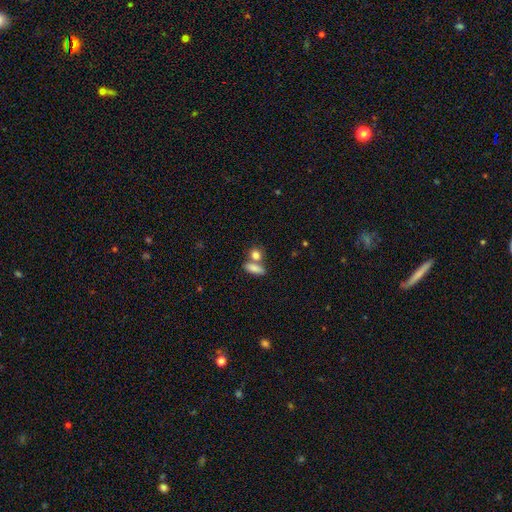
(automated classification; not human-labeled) Q: Smooth or featured?
A: smooth (84%); runner-up: star or artifact (8%)
Q: How rounded?
A: in between (57%); runner-up: round (33%)
Q: Merging?
A: none (49%); runner-up: merger (38%)